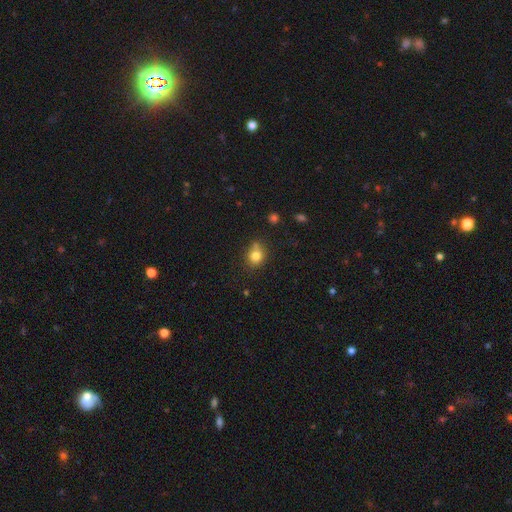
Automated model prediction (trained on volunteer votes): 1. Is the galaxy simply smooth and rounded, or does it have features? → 81% smooth, 12% star or artifact, 7% featured or disk.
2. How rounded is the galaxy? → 75% round, 24% in between, 1% cigar-shaped.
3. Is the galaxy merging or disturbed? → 66% none, 15% merger, 15% minor disturbance, 4% major disturbance.